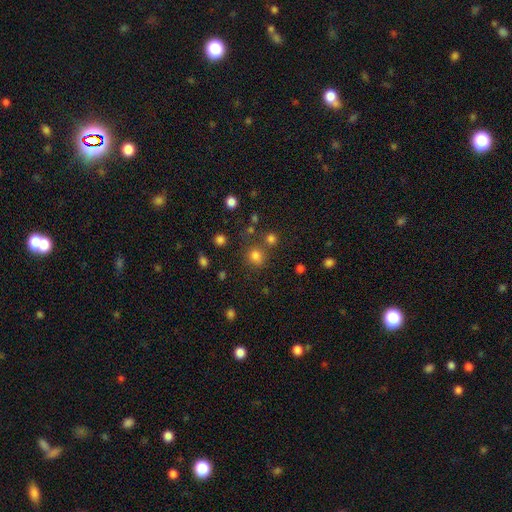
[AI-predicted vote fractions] Morphology: type=smooth (77%); roundness=round (87%); merging=none (73%).